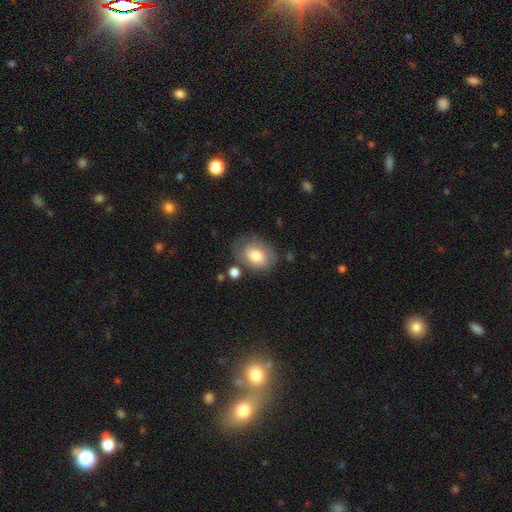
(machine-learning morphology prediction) This is likely a smooth galaxy (67%). How rounded: likely in between (73%). Merging: likely none (65%).